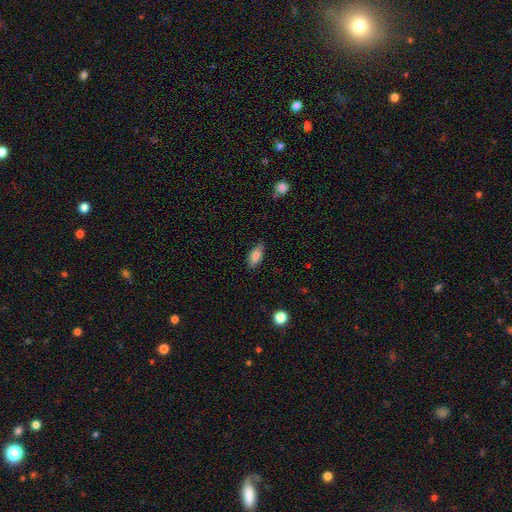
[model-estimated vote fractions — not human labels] This is clearly a smooth galaxy (82%). How rounded: clearly in between (85%). Merging: clearly none (82%).